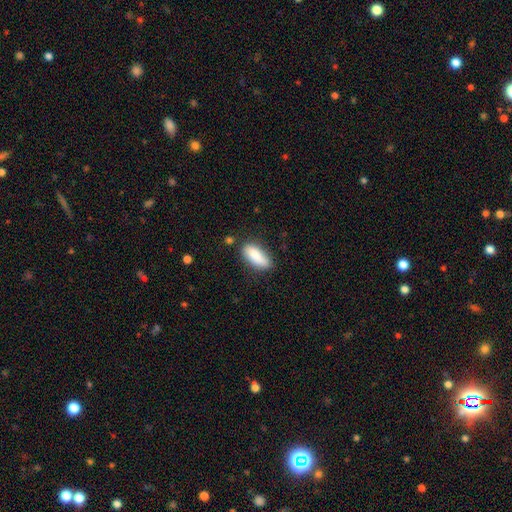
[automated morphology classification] Smooth or featured? Predicted: smooth (p=0.85). How rounded? Predicted: in between (p=0.75). Merging? Predicted: none (p=0.74).